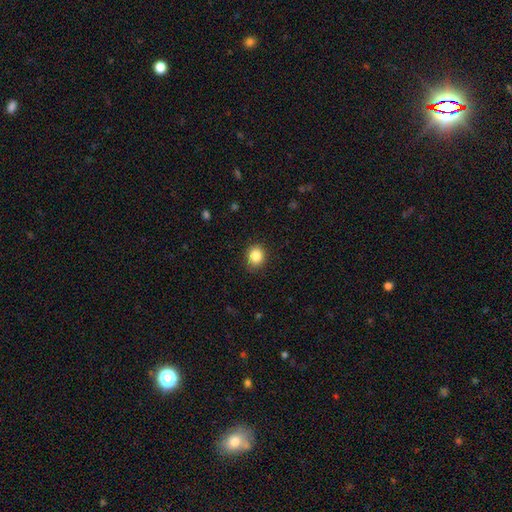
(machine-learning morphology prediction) This is clearly a smooth galaxy (86%). How rounded: likely round (68%). Merging: clearly none (86%).